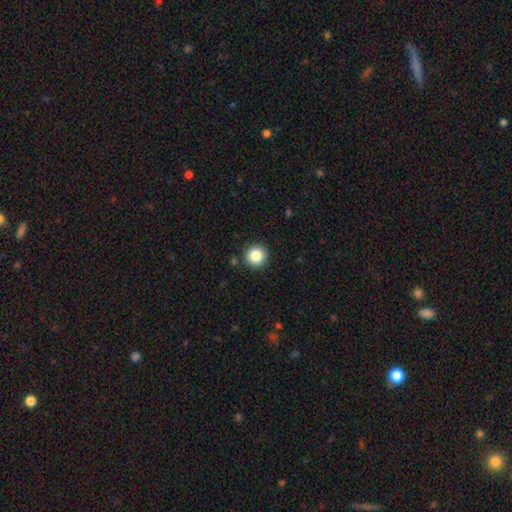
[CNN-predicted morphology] smooth-or-featured: smooth: 86% | star or artifact: 10% | featured or disk: 5%
  how-rounded: round: 96% | in between: 3% | cigar-shaped: 1%
  merging: none: 91% | minor disturbance: 6% | major disturbance: 2% | merger: 1%